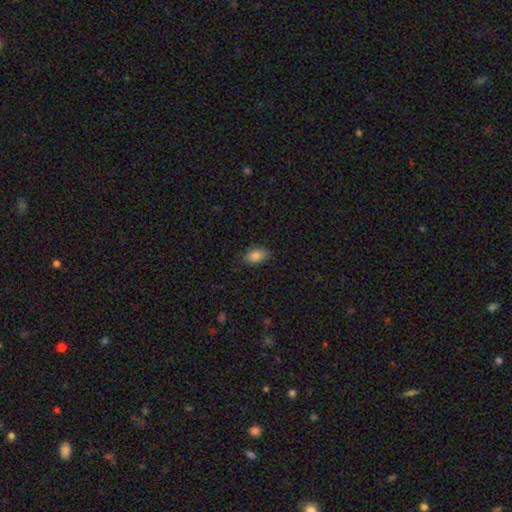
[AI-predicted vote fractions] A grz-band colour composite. It shows a smooth galaxy with no disk features (85%) that is in between round and cigar-shaped (88%). Merging: none (82%).